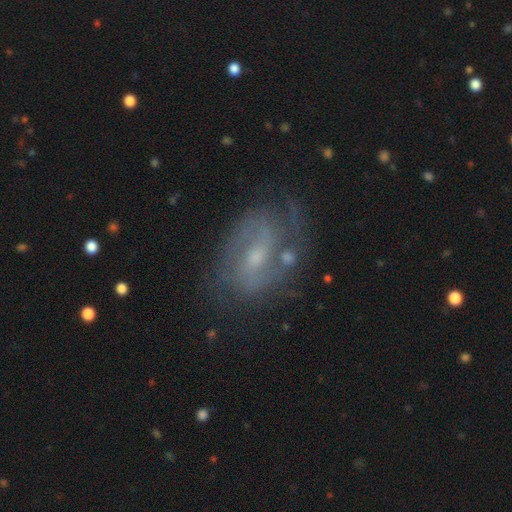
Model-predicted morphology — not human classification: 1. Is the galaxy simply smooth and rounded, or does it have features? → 82% featured or disk, 11% smooth, 8% star or artifact.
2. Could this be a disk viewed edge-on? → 97% no, 3% yes.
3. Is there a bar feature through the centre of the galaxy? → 54% weak, 29% no, 16% strong.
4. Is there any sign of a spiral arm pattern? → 92% yes, 8% no.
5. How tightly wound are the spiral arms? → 49% medium, 32% tight, 19% loose.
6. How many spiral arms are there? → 75% 2, 13% can't tell, 4% 3, 4% 1, 2% 4, 2% more than 4.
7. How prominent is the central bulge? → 55% small, 36% moderate, 5% none, 2% large, 1% dominant.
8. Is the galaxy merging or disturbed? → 70% none, 18% minor disturbance, 9% major disturbance, 4% merger.